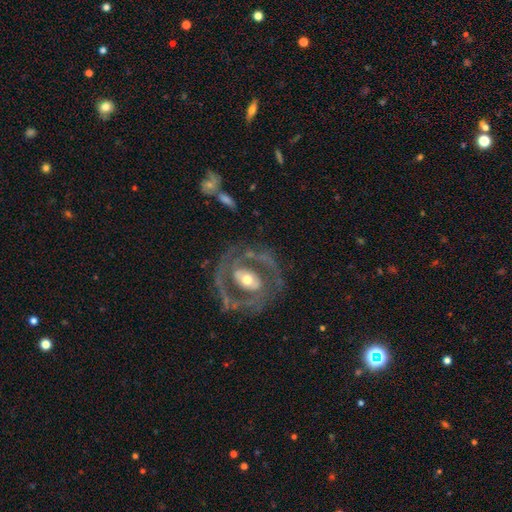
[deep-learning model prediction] Smooth or featured? Predicted: featured or disk (p=0.82). Edge-on disk? Predicted: no (p=0.94). Bar? Predicted: strong (p=0.39). Spiral arms? Predicted: yes (p=0.70). Spiral winding? Predicted: tight (p=0.47). Spiral arm count? Predicted: 2 (p=0.73). Bulge size? Predicted: moderate (p=0.64). Merging? Predicted: none (p=0.76).